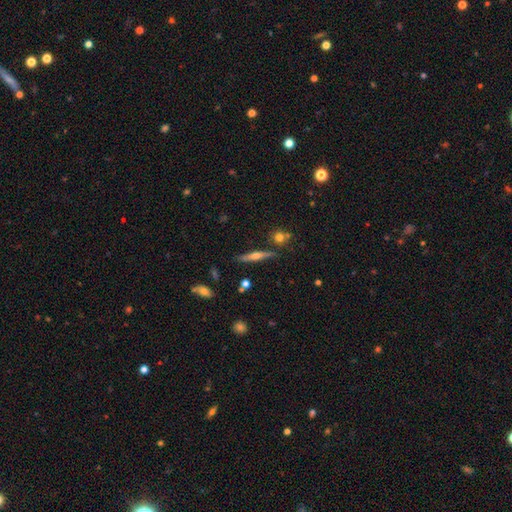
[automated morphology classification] Smooth or featured: featured or disk — 64% (smooth — 28%)
Edge-on disk: yes — 96% (no — 4%)
Edge-on bulge: rounded — 88% (none — 6%)
Merging: none — 82% (minor disturbance — 11%)